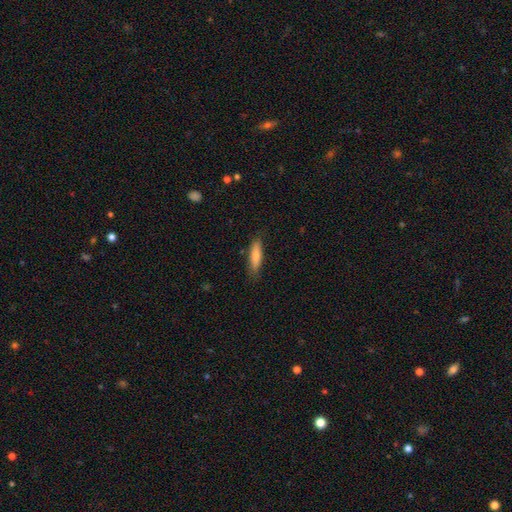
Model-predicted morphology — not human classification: The model was most divided on "how rounded": cigar-shaped: 71%, in between: 28%, round: 1%. More confident: merging — none (82%); smooth or featured — smooth (81%).